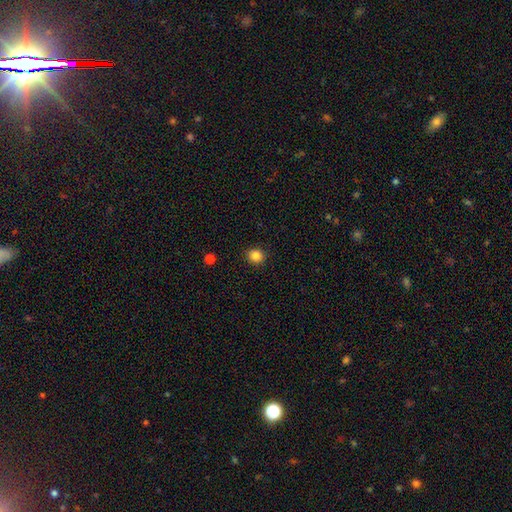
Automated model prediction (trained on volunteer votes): smooth_or_featured: smooth (p=0.85) [alt: star or artifact p=0.11]
how_rounded: round (p=0.81) [alt: in between p=0.18]
merging: none (p=0.91) [alt: minor disturbance p=0.06]